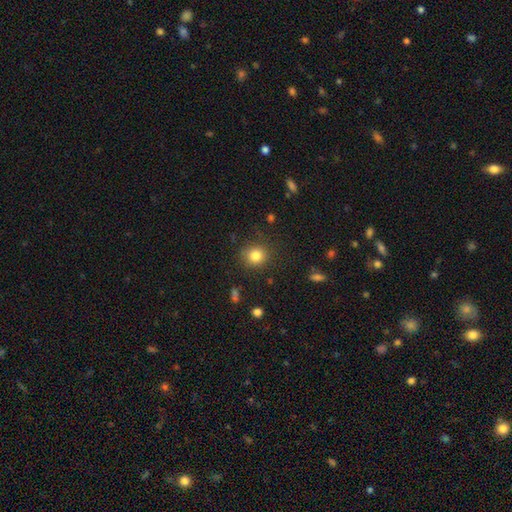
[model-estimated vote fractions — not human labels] Morphology: type=smooth (82%); roundness=round (88%); merging=none (85%).